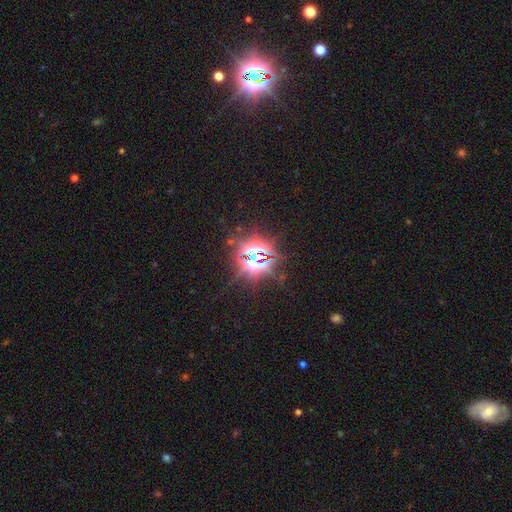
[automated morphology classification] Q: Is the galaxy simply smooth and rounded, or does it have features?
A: star or artifact — 82%.